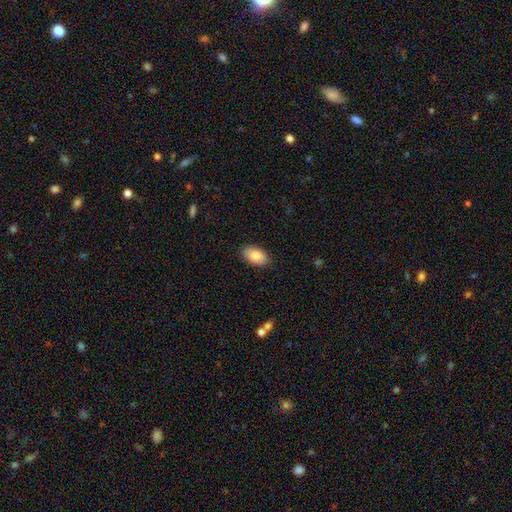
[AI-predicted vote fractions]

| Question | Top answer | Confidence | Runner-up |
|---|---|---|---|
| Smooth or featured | smooth | 85% | featured or disk (9%) |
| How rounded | in between | 94% | round (4%) |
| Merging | none | 88% | minor disturbance (9%) |